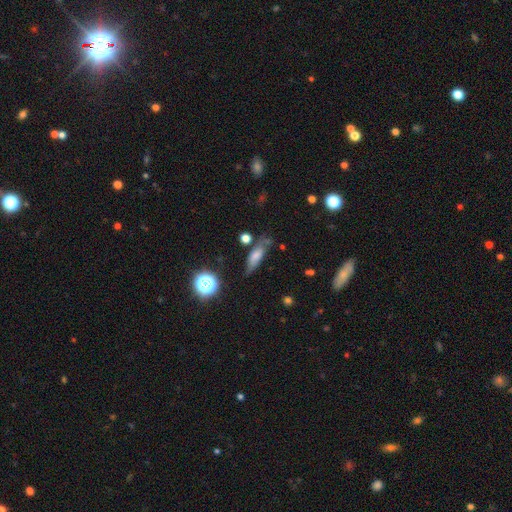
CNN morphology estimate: The model was most divided on "how rounded": in between: 48%, cigar-shaped: 45%, round: 7%. More confident: smooth or featured — smooth (61%); merging — none (58%).